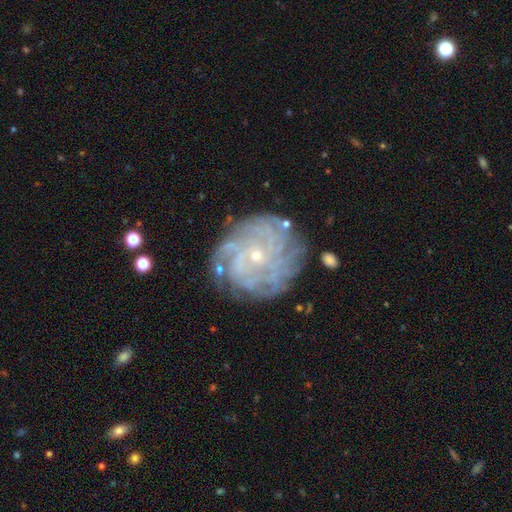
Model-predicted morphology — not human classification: Q: Smooth or featured?
A: featured or disk (80%); runner-up: smooth (11%)
Q: Edge-on disk?
A: no (97%); runner-up: yes (3%)
Q: Bar?
A: no (78%); runner-up: weak (18%)
Q: Spiral arms?
A: yes (90%); runner-up: no (10%)
Q: Spiral winding?
A: tight (72%); runner-up: medium (21%)
Q: Spiral arm count?
A: can't tell (37%); runner-up: more than 4 (25%)
Q: Bulge size?
A: small (84%); runner-up: moderate (12%)
Q: Merging?
A: none (76%); runner-up: minor disturbance (15%)